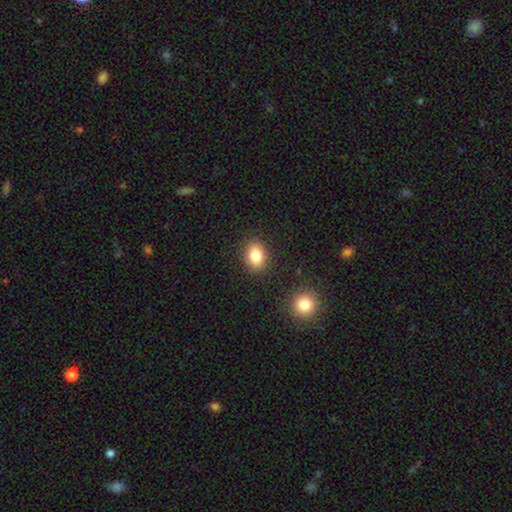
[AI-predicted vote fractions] A smooth galaxy with no disk features (83%) that is in between round and cigar-shaped (73%). Merging: none (86%).